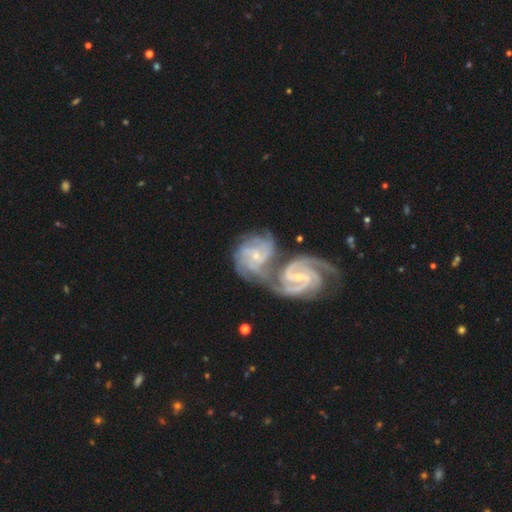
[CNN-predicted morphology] smooth_or_featured: featured or disk (p=0.89) [alt: smooth p=0.06]
disk_edge_on: no (p=0.98) [alt: yes p=0.02]
bar: weak (p=0.43) [alt: no p=0.39]
has_spiral_arms: yes (p=0.98) [alt: no p=0.02]
spiral_winding: tight (p=0.49) [alt: medium p=0.43]
spiral_arm_count: 3 (p=0.39) [alt: 2 p=0.20]
bulge_size: small (p=0.73) [alt: moderate p=0.21]
merging: merger (p=0.76) [alt: none p=0.13]